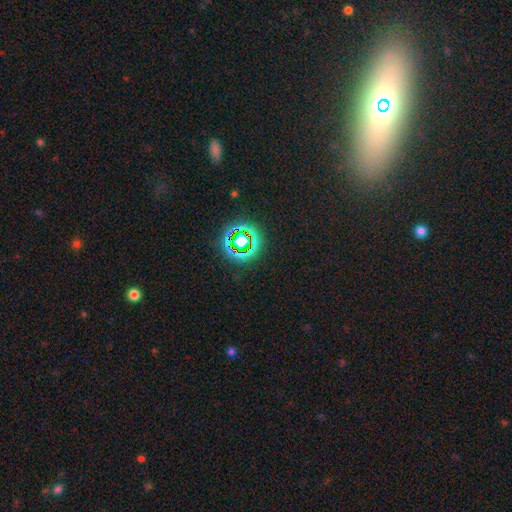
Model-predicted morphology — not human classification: This appears to be a star or artifact, not a galaxy (40%).